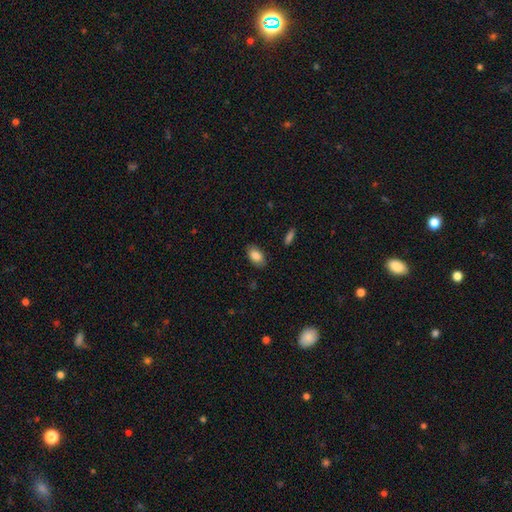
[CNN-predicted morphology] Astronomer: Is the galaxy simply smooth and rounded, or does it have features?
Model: smooth — 85%.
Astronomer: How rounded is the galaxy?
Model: in between — 92%.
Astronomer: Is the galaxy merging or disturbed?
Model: none — 86%.